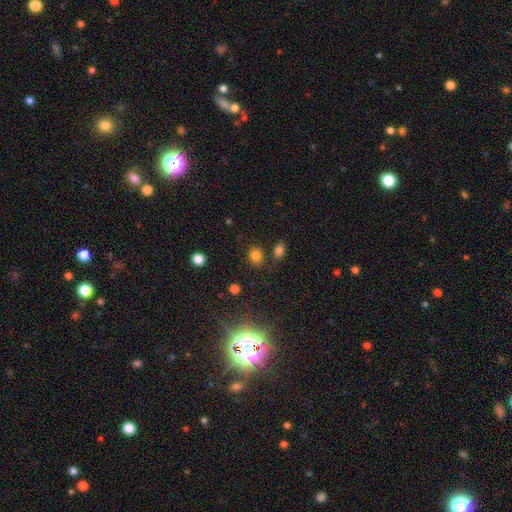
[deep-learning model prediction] Q: Smooth or featured?
A: smooth (79%); runner-up: star or artifact (15%)
Q: How rounded?
A: round (67%); runner-up: in between (32%)
Q: Merging?
A: none (75%); runner-up: minor disturbance (11%)